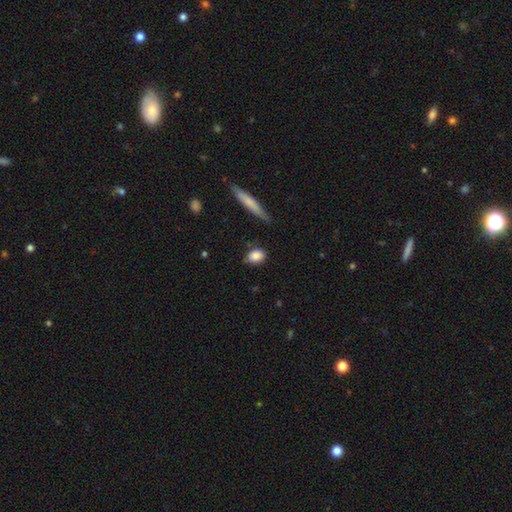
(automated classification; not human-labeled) Morphology: type=smooth (86%); roundness=in between (65%); merging=none (77%).